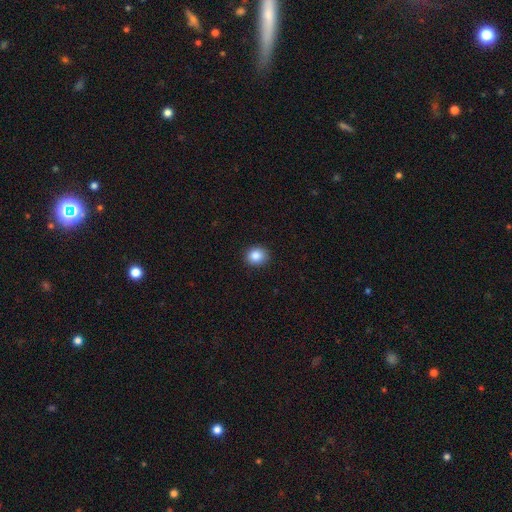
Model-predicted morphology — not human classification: A smooth galaxy with no disk features (86%) that is round (77%). Merging: none (90%).